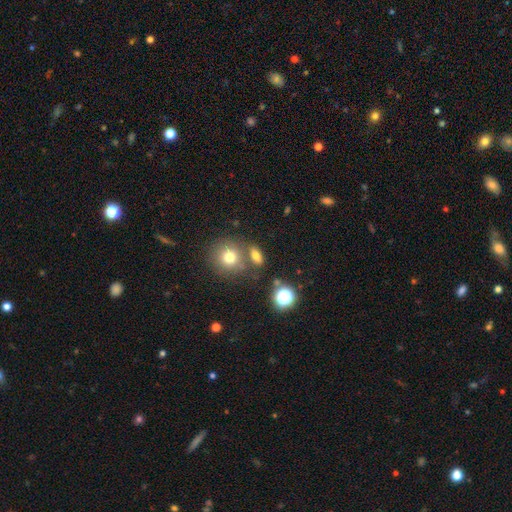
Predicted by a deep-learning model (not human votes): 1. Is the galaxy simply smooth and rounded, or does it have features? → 71% smooth, 18% star or artifact, 11% featured or disk.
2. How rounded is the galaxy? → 62% in between, 31% round, 7% cigar-shaped.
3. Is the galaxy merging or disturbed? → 64% none, 20% merger, 11% minor disturbance, 4% major disturbance.